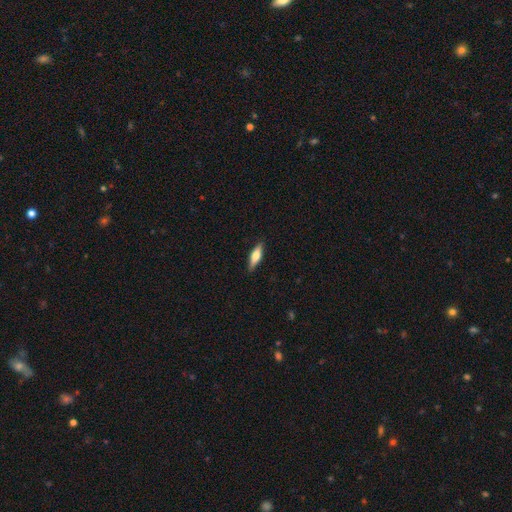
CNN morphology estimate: Smooth or featured? Predicted: smooth (p=0.56). How rounded? Predicted: cigar-shaped (p=0.59). Merging? Predicted: none (p=0.89).